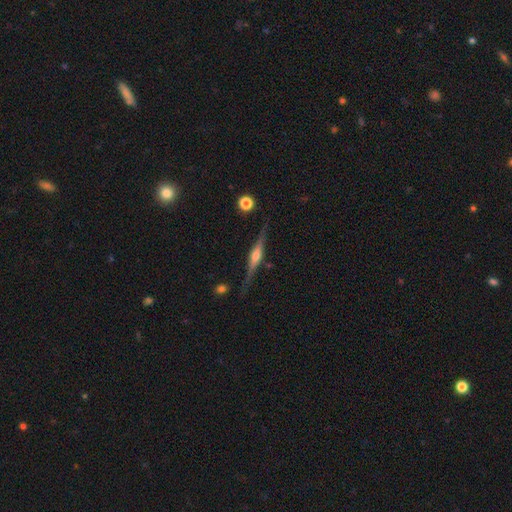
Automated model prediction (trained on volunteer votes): Smooth or featured: featured or disk — 78% (smooth — 17%)
Edge-on disk: yes — 97% (no — 3%)
Edge-on bulge: rounded — 83% (boxy — 12%)
Merging: none — 83% (minor disturbance — 12%)